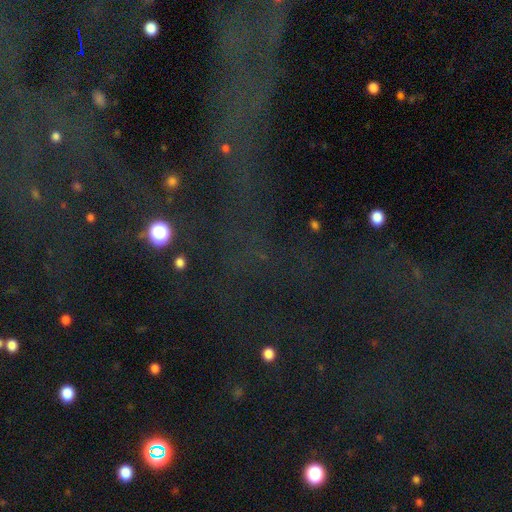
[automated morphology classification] Q: Smooth or featured?
A: star or artifact (75%); runner-up: smooth (13%)